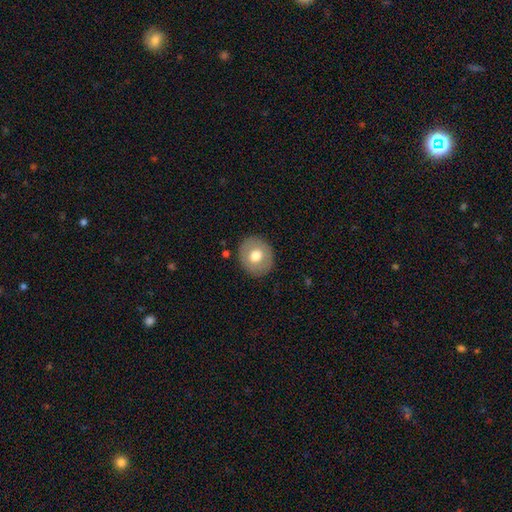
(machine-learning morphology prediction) Overall: smooth (67%). How rounded: round (79%). Merging: none (89%).